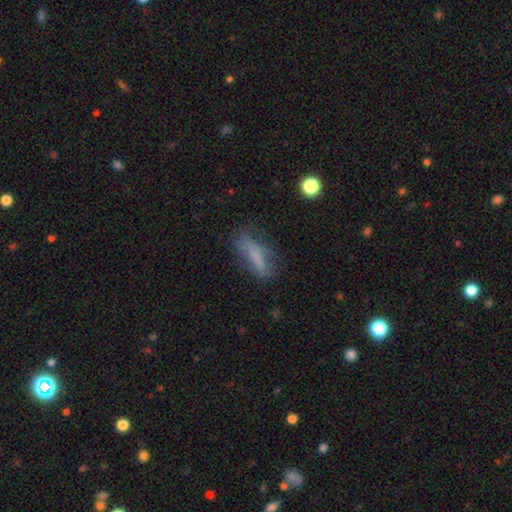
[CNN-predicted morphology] type=smooth (65%); roundness=cigar-shaped (60%); merging=none (59%).